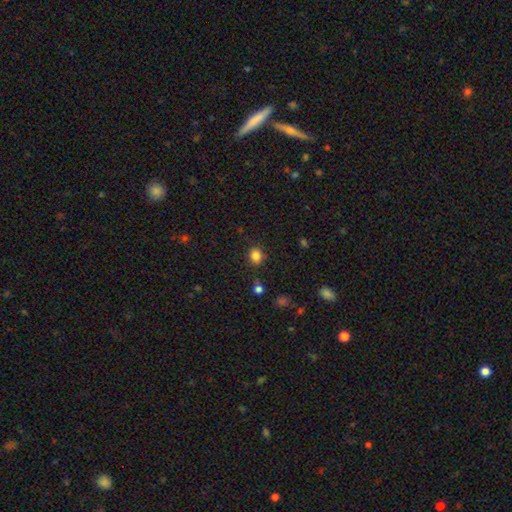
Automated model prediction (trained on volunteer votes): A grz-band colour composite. It shows a smooth galaxy with no disk features (83%) that is round (67%). Merging: none (80%).